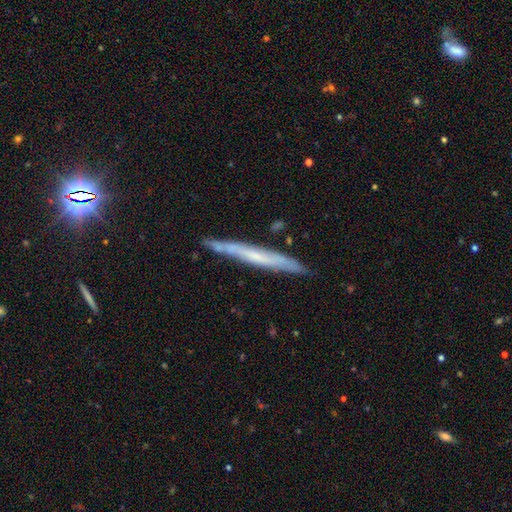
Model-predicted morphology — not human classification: A featured or disk galaxy (55%) viewed edge-on (90%) with no central bulge (79%).

Vote fractions:
- Smooth or featured? featured or disk: 55% / smooth: 37% / star or artifact: 8%
- Edge-on disk? yes: 90% / no: 10%
- Edge-on bulge? none: 79% / rounded: 15% / boxy: 6%
- Merging? none: 83% / minor disturbance: 13% / major disturbance: 2% / merger: 2%